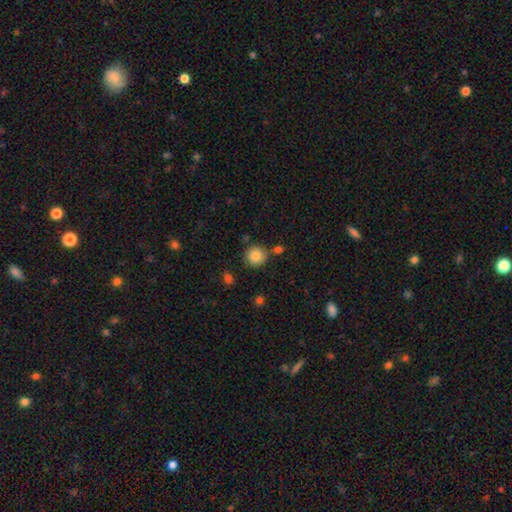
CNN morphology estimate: This appears to be a smooth galaxy with no disk features (85%) that is round (93%). Merging: none (80%).